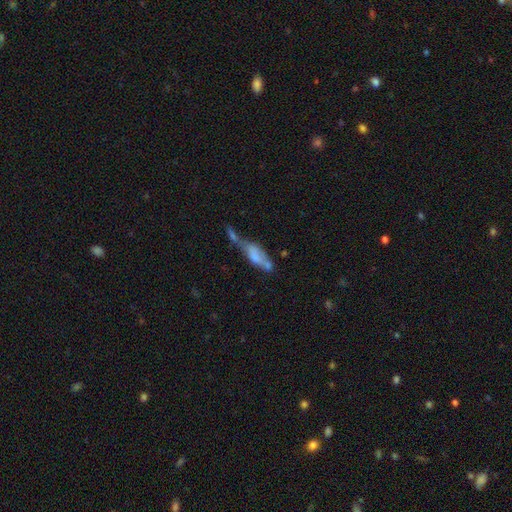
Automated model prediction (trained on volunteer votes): This is possibly a smooth galaxy (50%). Merging: possibly merger (54%).